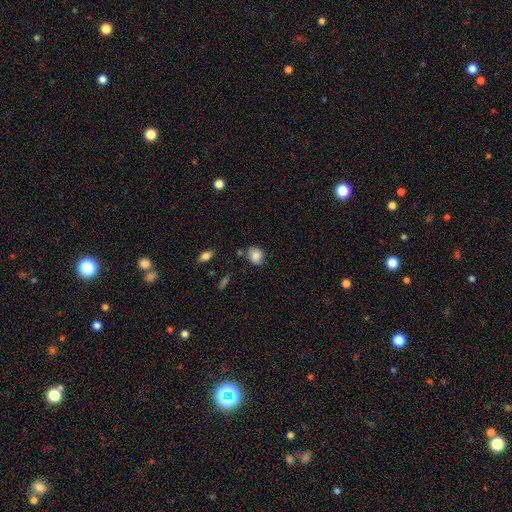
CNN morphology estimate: Overall: smooth (81%). How rounded: round (55%; in between 44%). Merging: none (73%).